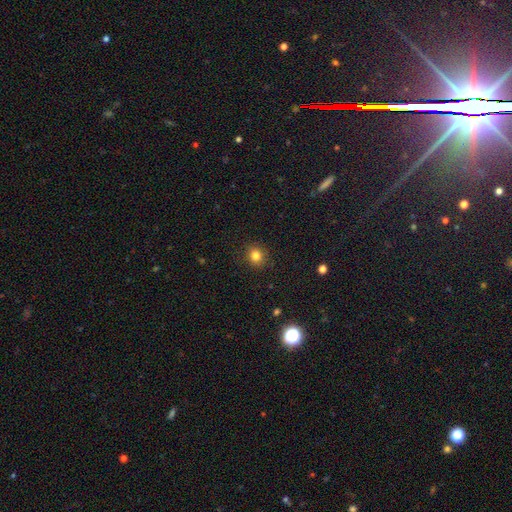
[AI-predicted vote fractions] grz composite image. It shows a smooth galaxy with no disk features (82%) that is round (83%). Merging: none (90%).